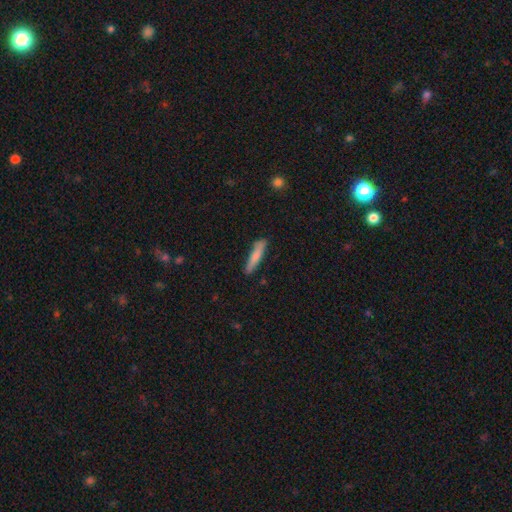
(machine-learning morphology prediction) A smooth galaxy with no disk features (78%) that is cigar-shaped (89%).

Vote fractions:
- Smooth or featured? smooth: 78% / featured or disk: 16% / star or artifact: 6%
- How rounded? cigar-shaped: 89% / in between: 10% / round: 1%
- Merging? none: 83% / minor disturbance: 13% / major disturbance: 2% / merger: 2%